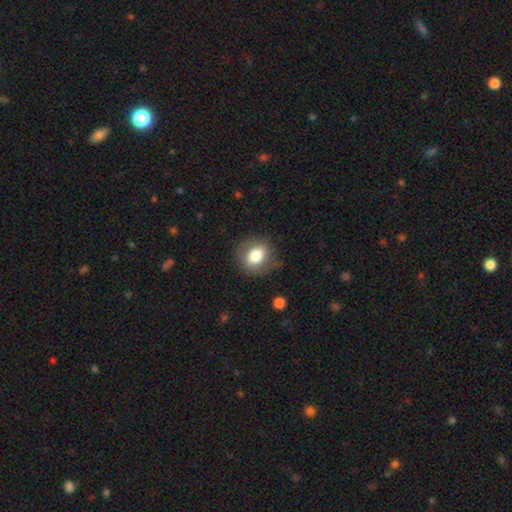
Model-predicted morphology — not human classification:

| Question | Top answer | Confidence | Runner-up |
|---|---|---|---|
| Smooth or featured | smooth | 78% | featured or disk (13%) |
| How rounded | round | 61% | in between (38%) |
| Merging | none | 79% | minor disturbance (15%) |